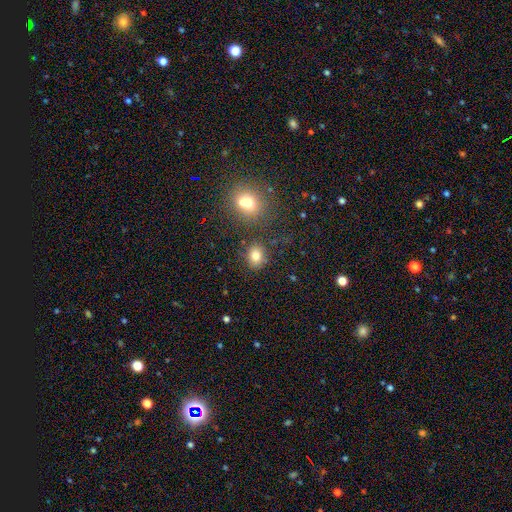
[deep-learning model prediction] smooth_or_featured: smooth (p=0.78) [alt: star or artifact p=0.14]
how_rounded: round (p=0.53) [alt: in between p=0.46]
merging: none (p=0.79) [alt: minor disturbance p=0.11]